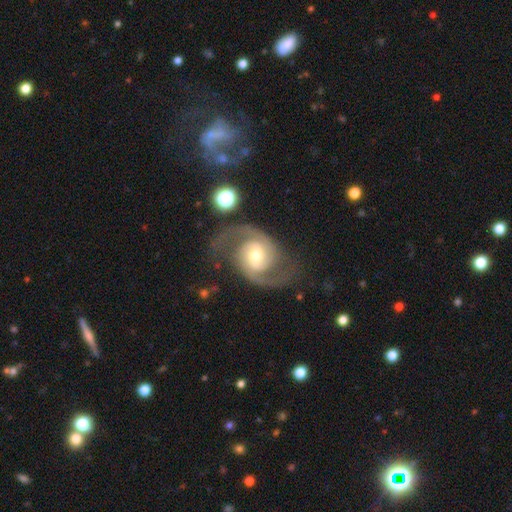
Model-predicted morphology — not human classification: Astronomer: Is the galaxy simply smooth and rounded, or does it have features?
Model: featured or disk — 90%.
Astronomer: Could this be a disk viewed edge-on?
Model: no — 98%.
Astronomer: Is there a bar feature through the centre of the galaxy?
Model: no — 48% (runner-up: weak, 39%).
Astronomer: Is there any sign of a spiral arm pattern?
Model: yes — 98%.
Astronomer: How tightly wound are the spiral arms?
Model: medium — 58%.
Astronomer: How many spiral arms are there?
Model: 2 — 94%.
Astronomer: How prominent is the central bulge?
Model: moderate — 60%.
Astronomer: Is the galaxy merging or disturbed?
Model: none — 75%.